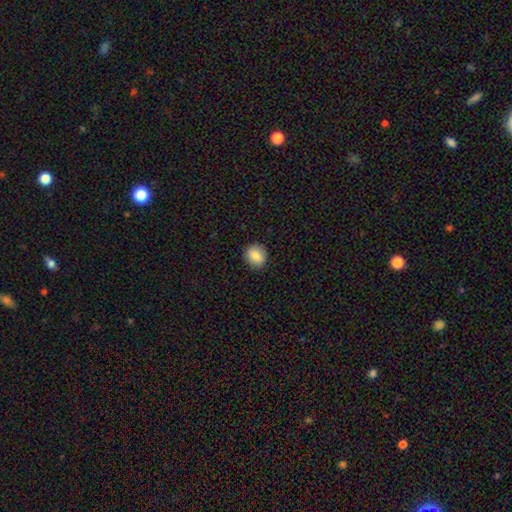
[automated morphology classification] smooth-or-featured: smooth: 86% | star or artifact: 8% | featured or disk: 6%
  how-rounded: round: 80% | in between: 19% | cigar-shaped: 1%
  merging: none: 88% | minor disturbance: 9% | major disturbance: 2% | merger: 1%